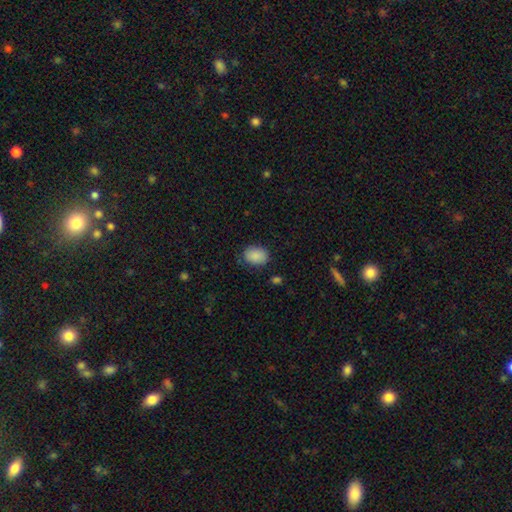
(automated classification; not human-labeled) Smooth or featured? Predicted: smooth (p=0.88). How rounded? Predicted: in between (p=0.69). Merging? Predicted: none (p=0.80).